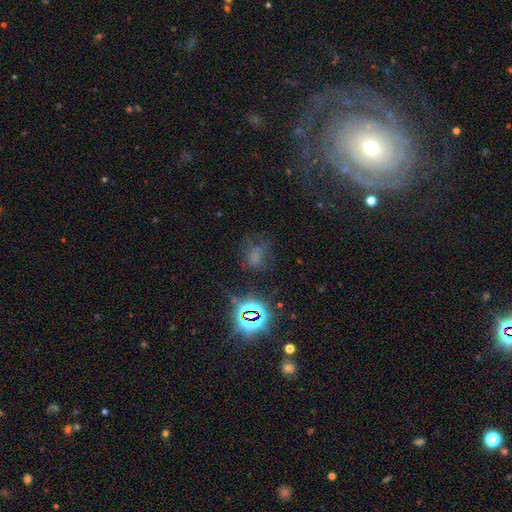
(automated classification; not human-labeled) This appears to be a smooth galaxy with no disk features (43%). Merging: none (50%).